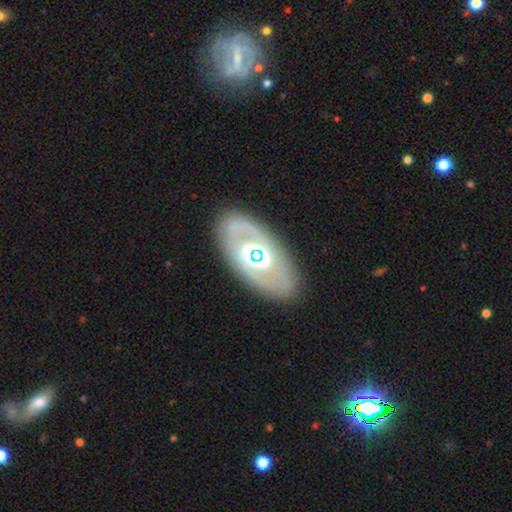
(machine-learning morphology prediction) featured or disk 66%, smooth 26%, star or artifact 7%. Down the decision tree: edge-on disk — no (89%); bar — no (66%); spiral arms — no (69%); bulge size — moderate (57%); merging — none (82%).